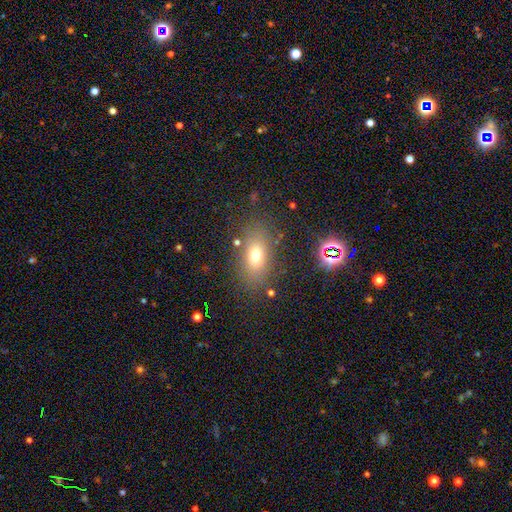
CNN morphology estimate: A smooth galaxy with no disk features (69%) that is in between round and cigar-shaped (80%). Merging: none (81%).